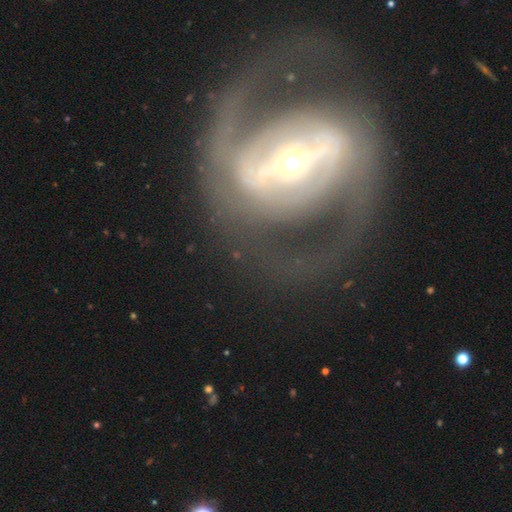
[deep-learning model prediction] A featured or disk galaxy (86%) with a strong bar (67%), 2 (78%) medium (45%) spiral arms (79%) and a small central bulge (67%).

Vote fractions:
- Smooth or featured? featured or disk: 86% / smooth: 8% / star or artifact: 6%
- Edge-on disk? no: 94% / yes: 6%
- Bar? strong: 67% / weak: 20% / no: 13%
- Spiral arms? yes: 79% / no: 21%
- Spiral winding? medium: 45% / tight: 34% / loose: 21%
- Spiral arm count? 2: 78% / can't tell: 12% / 3: 4% / 1: 3% / 4: 2% / more than 4: 2%
- Bulge size? small: 67% / moderate: 26% / large: 4% / dominant: 2% / none: 1%
- Merging? none: 70% / major disturbance: 16% / minor disturbance: 12% / merger: 2%